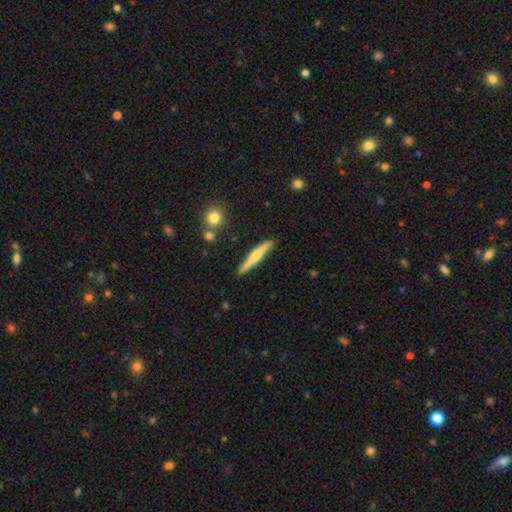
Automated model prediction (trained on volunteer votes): Smooth or featured?
  - featured or disk: 51% *
  - smooth: 43%
  - star or artifact: 5%
Edge-on disk?
  - yes: 96% *
  - no: 4%
Merging?
  - none: 87% *
  - minor disturbance: 9%
  - merger: 2%
  - major disturbance: 2%